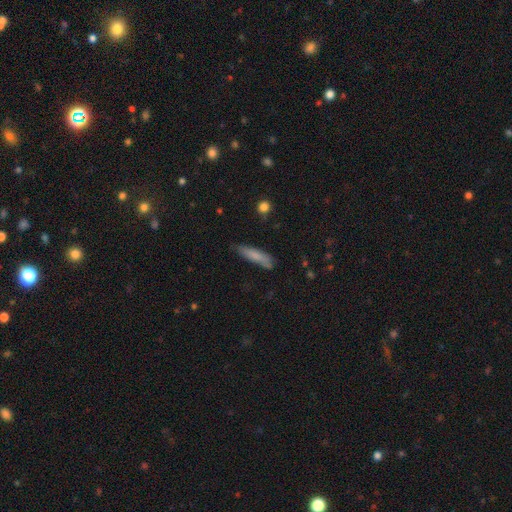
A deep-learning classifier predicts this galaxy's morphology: Smooth or featured: smooth — 78% (featured or disk — 16%)
How rounded: cigar-shaped — 78% (in between — 21%)
Merging: none — 69% (minor disturbance — 23%)